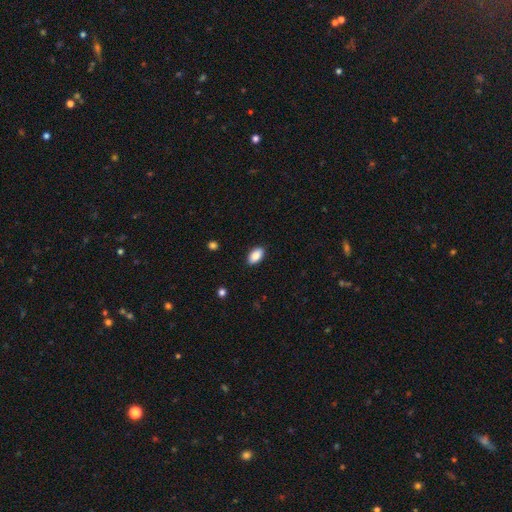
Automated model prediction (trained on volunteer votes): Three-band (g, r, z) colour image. It shows a smooth galaxy with no disk features (88%) that is in between round and cigar-shaped (93%). Merging: none (89%).